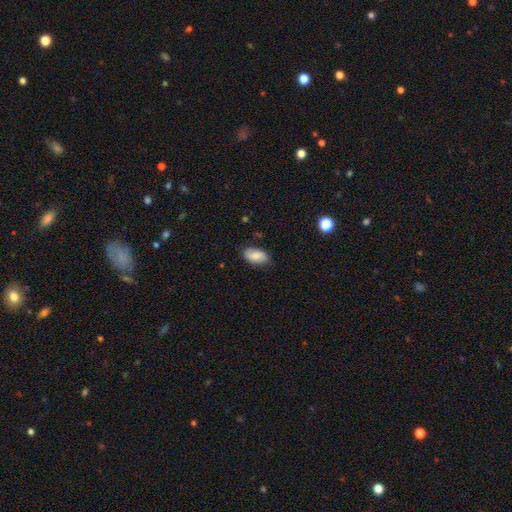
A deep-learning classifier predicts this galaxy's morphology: A smooth galaxy with no disk features (75%) that is in between round and cigar-shaped (93%). Merging: none (79%).